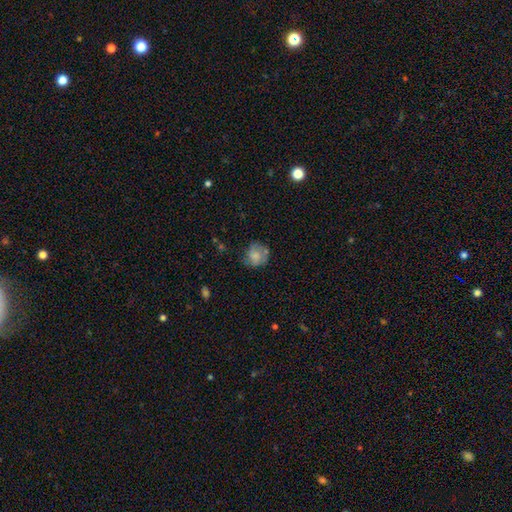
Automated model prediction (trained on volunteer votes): Smooth or featured: smooth — 70% (featured or disk — 22%)
How rounded: round — 82% (in between — 17%)
Merging: none — 60% (minor disturbance — 25%)